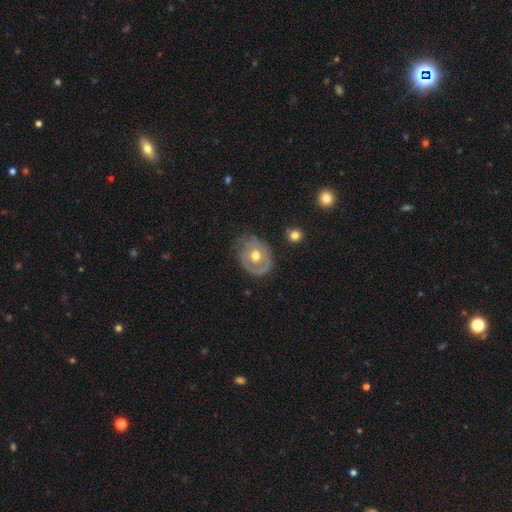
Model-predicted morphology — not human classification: Smooth or featured? featured or disk (55%)
Edge-on disk? no (95%)
Bar? no (85%)
Spiral arms? no (59%)
Bulge size? moderate (79%)
Merging? none (55%)